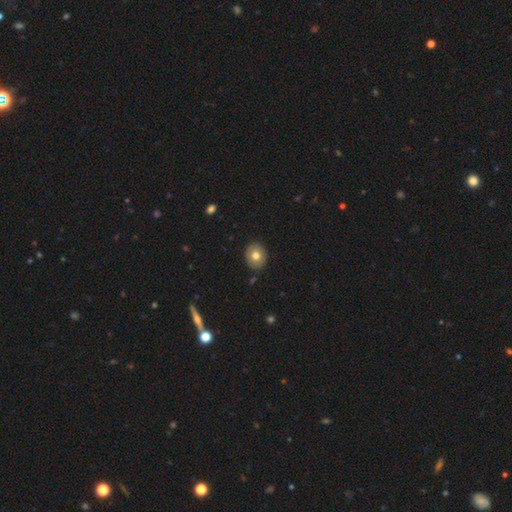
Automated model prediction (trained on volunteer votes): Smooth or featured?
  - smooth: 73% *
  - featured or disk: 18%
  - star or artifact: 8%
How rounded?
  - round: 61% *
  - in between: 38%
  - cigar-shaped: 1%
Merging?
  - none: 88% *
  - minor disturbance: 9%
  - major disturbance: 2%
  - merger: 2%